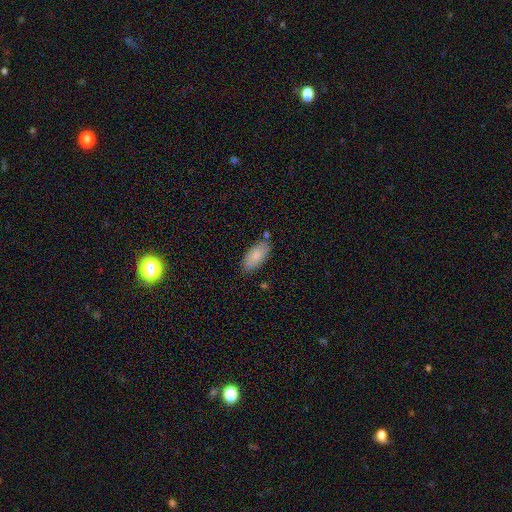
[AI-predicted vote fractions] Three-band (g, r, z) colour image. It shows a smooth galaxy with no disk features (83%) that is in between round and cigar-shaped (92%). Merging: none (77%).